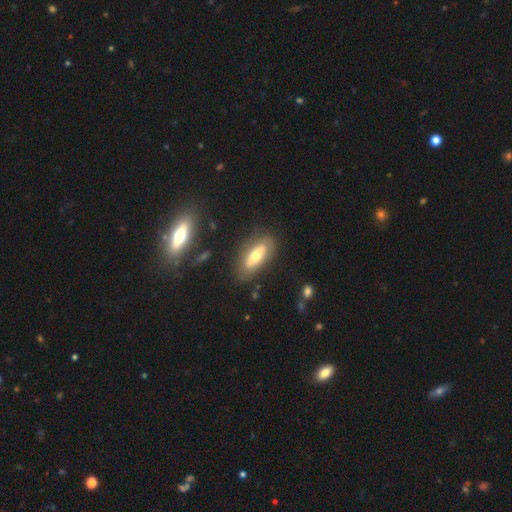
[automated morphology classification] A smooth galaxy with no disk features (56%) that is in between round and cigar-shaped (76%). Merging: none (77%).